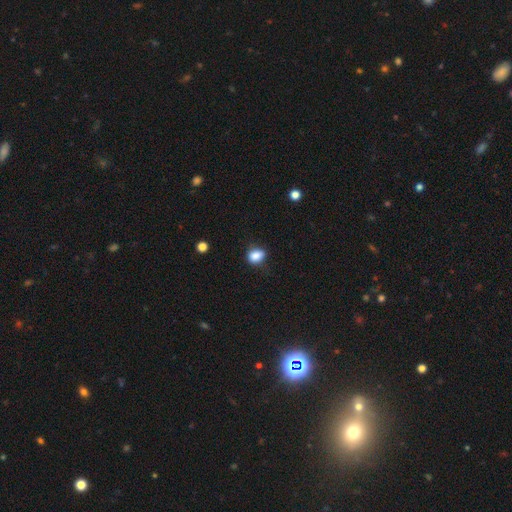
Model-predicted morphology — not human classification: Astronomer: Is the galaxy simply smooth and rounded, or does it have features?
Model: smooth — 86%.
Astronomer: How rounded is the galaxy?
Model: in between — 64%.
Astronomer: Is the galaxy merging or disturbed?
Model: none — 71%.